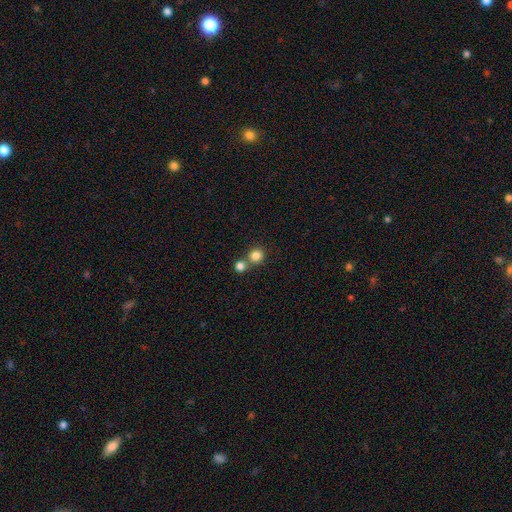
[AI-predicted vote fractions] Smooth or featured? Predicted: smooth (p=0.83). How rounded? Predicted: round (p=0.89). Merging? Predicted: none (p=0.58).